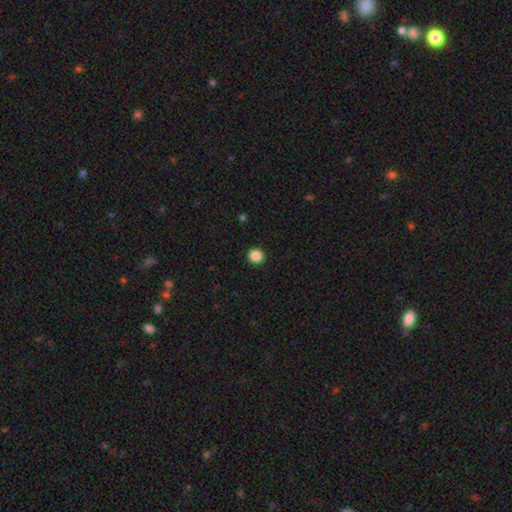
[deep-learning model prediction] Smooth or featured? Predicted: smooth (p=0.87). How rounded? Predicted: round (p=0.94). Merging? Predicted: none (p=0.93).